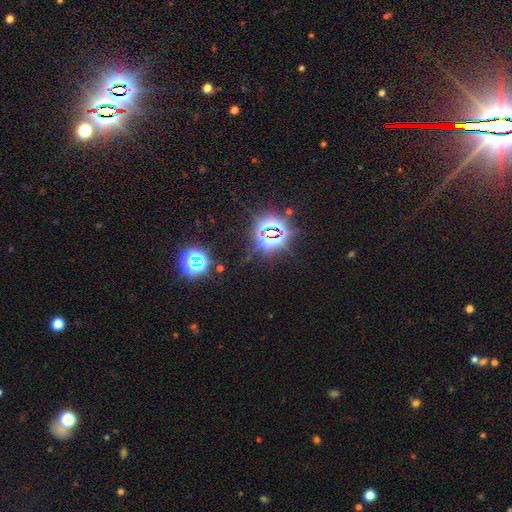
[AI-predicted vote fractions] A star or artifact, not a galaxy (82%).

Vote fractions:
- Smooth or featured? star or artifact: 82% / smooth: 10% / featured or disk: 8%